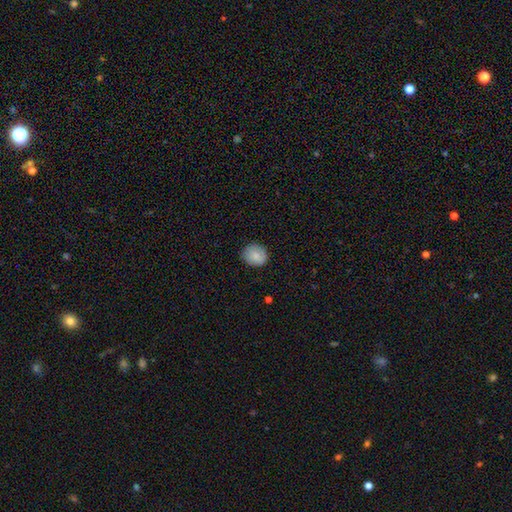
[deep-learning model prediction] Smooth or featured?
  - smooth: 84% *
  - featured or disk: 9%
  - star or artifact: 7%
How rounded?
  - round: 75% *
  - in between: 24%
  - cigar-shaped: 1%
Merging?
  - none: 84% *
  - minor disturbance: 12%
  - major disturbance: 2%
  - merger: 1%